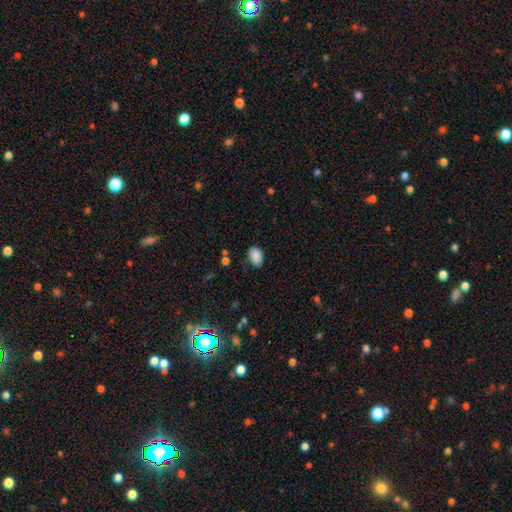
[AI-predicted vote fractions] smooth 88%, star or artifact 8%, featured or disk 4%. Down the decision tree: how rounded — in between (88%); merging — none (72%).